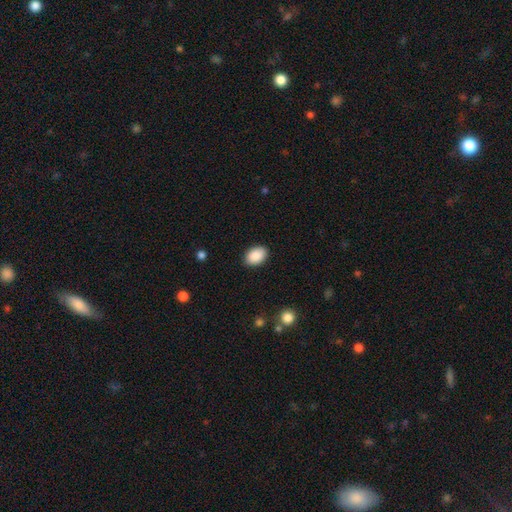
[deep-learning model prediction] Smooth or featured? Predicted: smooth (p=0.90). How rounded? Predicted: in between (p=0.86). Merging? Predicted: none (p=0.89).